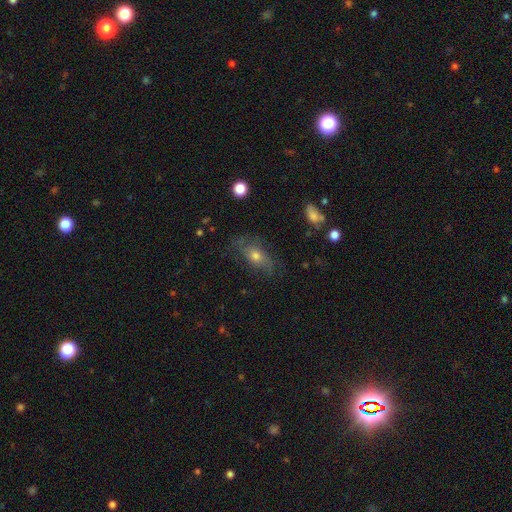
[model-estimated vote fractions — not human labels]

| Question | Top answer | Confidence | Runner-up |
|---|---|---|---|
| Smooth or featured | featured or disk | 49% | smooth (38%) |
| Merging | none | 62% | minor disturbance (22%) |